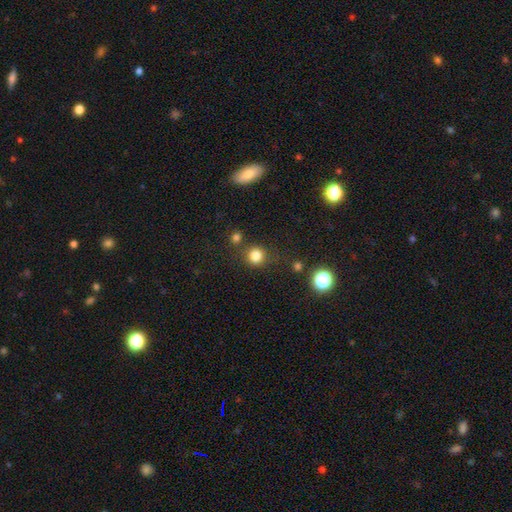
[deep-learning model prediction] This is clearly a smooth galaxy (82%). How rounded: clearly round (89%). Merging: likely none (74%).